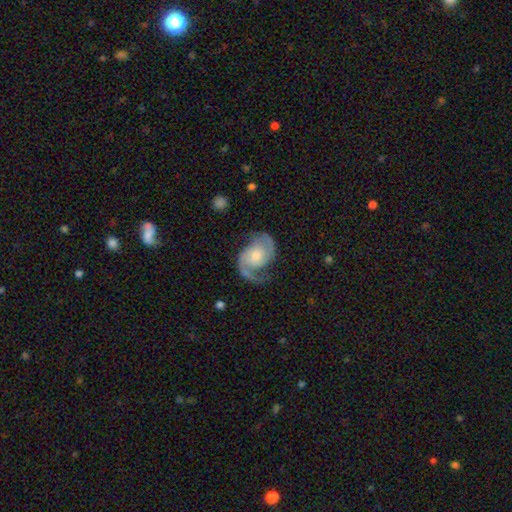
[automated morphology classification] type=featured or disk (89%); edge-on=no (98%); bar=no (66%); spiral arms=yes (97%); winding=medium (52%); arm count=2 (90%); bulge=moderate (50%); merging=none (68%).